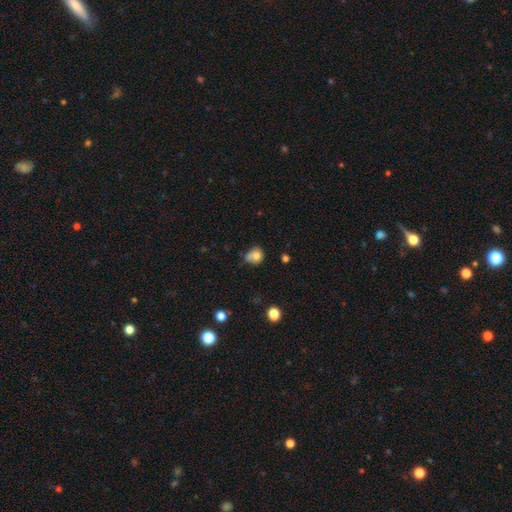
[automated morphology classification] The model was most divided on "merging": none: 47%, minor disturbance: 34%, major disturbance: 11%, merger: 8%. More confident: smooth or featured — smooth (75%); how rounded — round (70%).